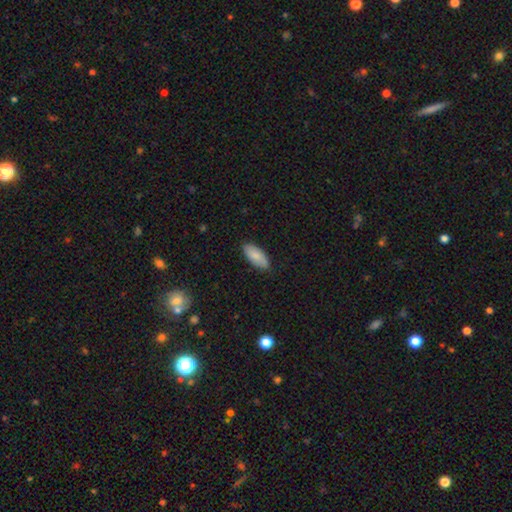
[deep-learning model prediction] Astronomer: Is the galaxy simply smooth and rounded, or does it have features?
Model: smooth — 85%.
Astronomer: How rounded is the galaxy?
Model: in between — 87%.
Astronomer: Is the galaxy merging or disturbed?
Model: none — 86%.